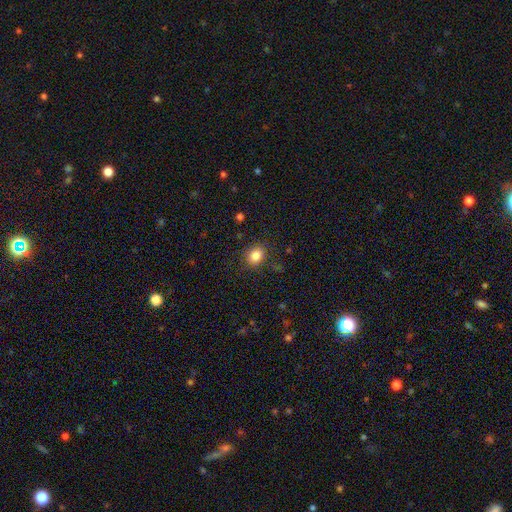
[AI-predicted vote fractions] Overall: smooth (84%). How rounded: round (55%; in between 44%). Merging: none (84%).